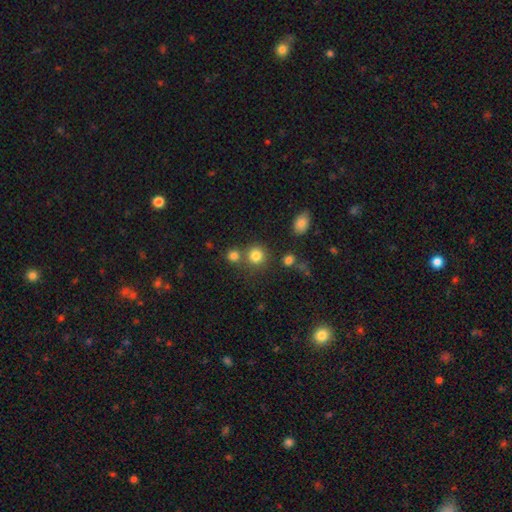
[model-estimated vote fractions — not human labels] Smooth or featured? Predicted: smooth (p=0.81). How rounded? Predicted: round (p=0.89). Merging? Predicted: none (p=0.69).